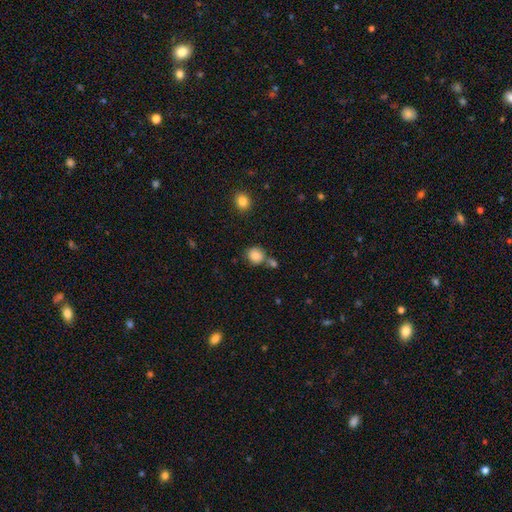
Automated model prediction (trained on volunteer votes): Morphology: type=smooth (86%); roundness=round (79%); merging=none (58%).